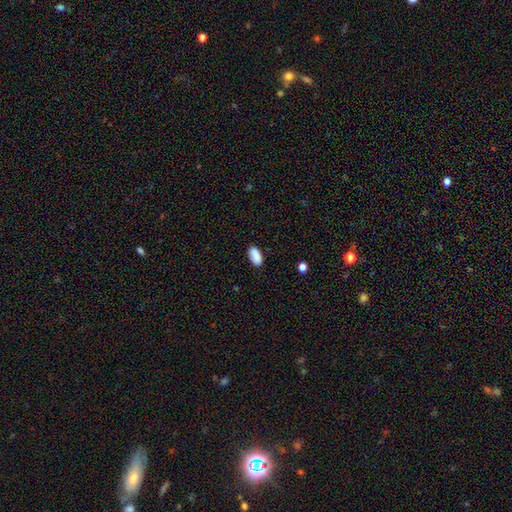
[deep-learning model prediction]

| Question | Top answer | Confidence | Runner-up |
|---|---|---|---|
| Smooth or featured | smooth | 89% | star or artifact (7%) |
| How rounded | in between | 92% | cigar-shaped (5%) |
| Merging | none | 86% | minor disturbance (11%) |